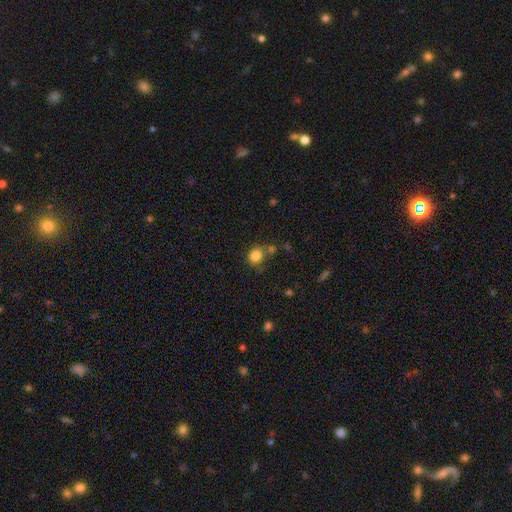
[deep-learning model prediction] Smooth or featured? Predicted: smooth (p=0.82). How rounded? Predicted: round (p=0.81). Merging? Predicted: none (p=0.61).